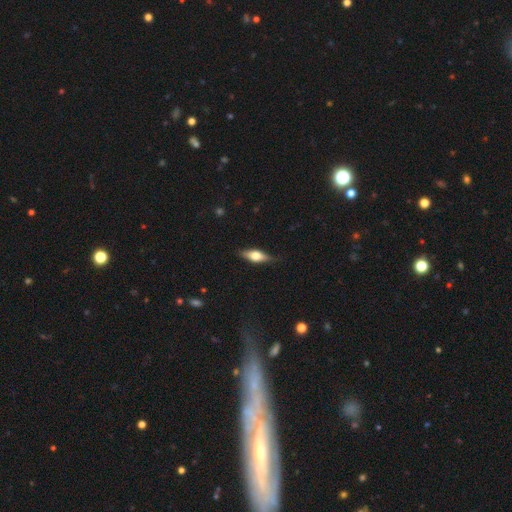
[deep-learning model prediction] Smooth or featured?
  - smooth: 50% *
  - featured or disk: 43%
  - star or artifact: 7%
How rounded?
  - in between: 59% *
  - cigar-shaped: 37%
  - round: 4%
Merging?
  - none: 82% *
  - minor disturbance: 14%
  - major disturbance: 3%
  - merger: 1%